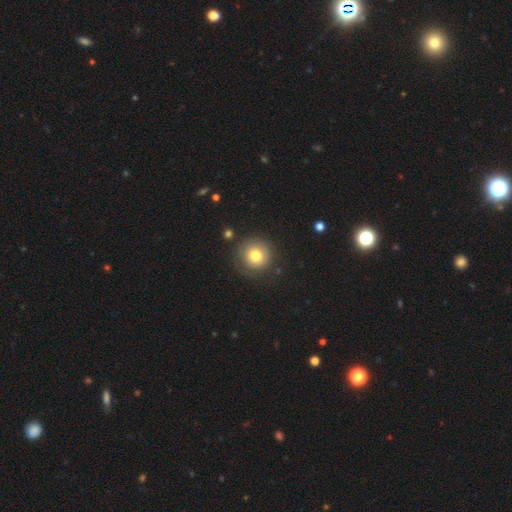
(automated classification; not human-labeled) Smooth or featured? Predicted: smooth (p=0.75). How rounded? Predicted: round (p=0.94). Merging? Predicted: none (p=0.81).